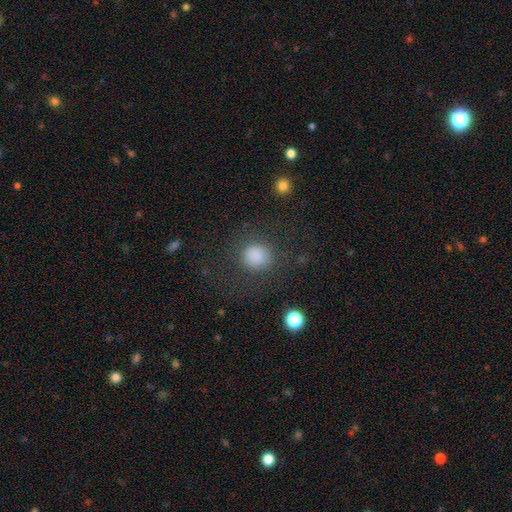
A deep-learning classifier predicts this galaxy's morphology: This is clearly a smooth galaxy (85%). How rounded: clearly round (91%). Merging: clearly none (83%).